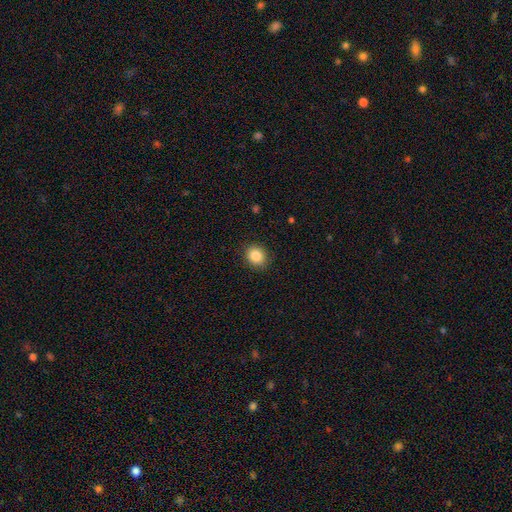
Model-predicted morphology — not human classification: Q: Smooth or featured?
A: smooth (85%); runner-up: star or artifact (10%)
Q: How rounded?
A: round (71%); runner-up: in between (28%)
Q: Merging?
A: none (89%); runner-up: minor disturbance (8%)